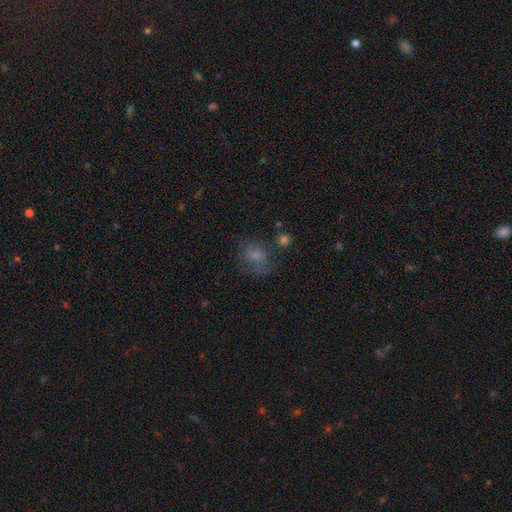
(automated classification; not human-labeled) This is likely a smooth galaxy (67%). How rounded: possibly round (51%). Merging: possibly none (53%).